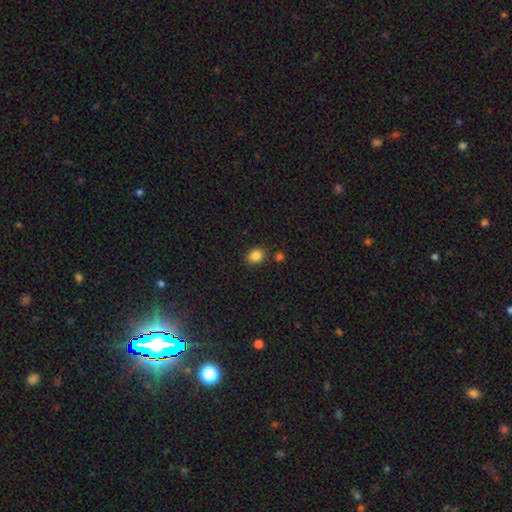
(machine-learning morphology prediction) smooth-or-featured: smooth: 85% | star or artifact: 11% | featured or disk: 4%
  how-rounded: round: 56% | in between: 43% | cigar-shaped: 1%
  merging: none: 82% | minor disturbance: 9% | merger: 6% | major disturbance: 3%